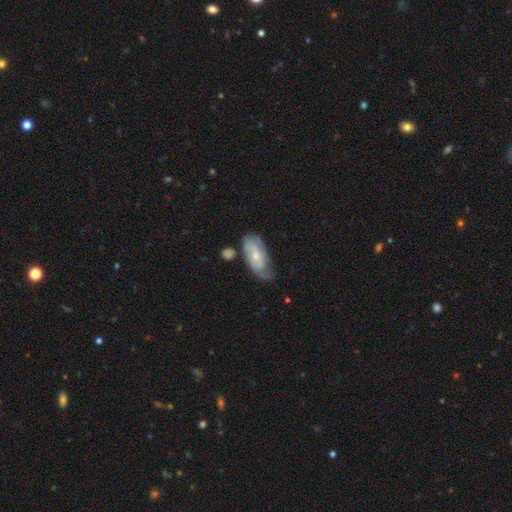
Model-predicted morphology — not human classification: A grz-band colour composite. It shows a featured or disk galaxy (52%). Merging: none (52%).